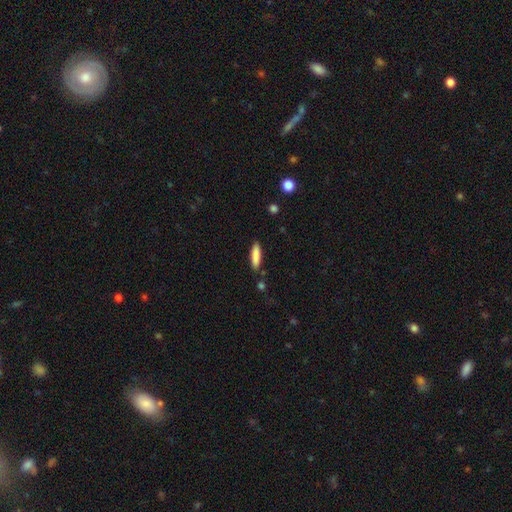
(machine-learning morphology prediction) type=smooth (86%); roundness=cigar-shaped (72%); merging=none (85%).